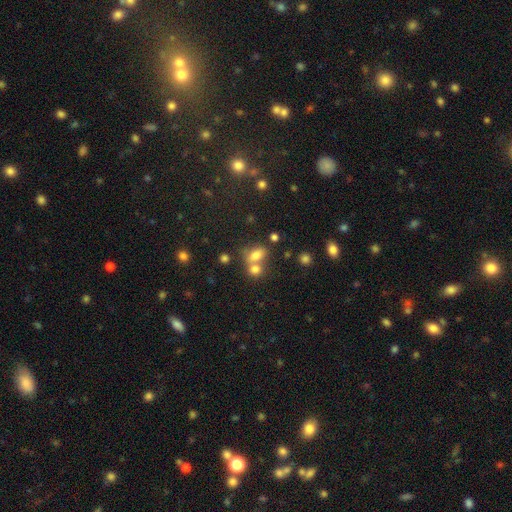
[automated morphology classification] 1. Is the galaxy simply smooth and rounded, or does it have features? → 74% smooth, 13% star or artifact, 12% featured or disk.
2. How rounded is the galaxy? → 78% in between, 19% round, 3% cigar-shaped.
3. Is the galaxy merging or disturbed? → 49% merger, 37% none, 10% minor disturbance, 5% major disturbance.